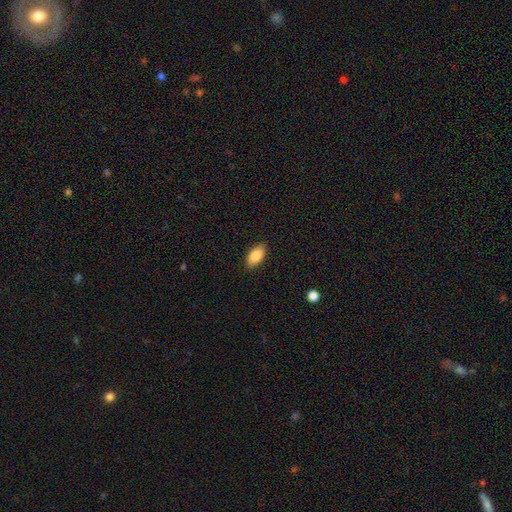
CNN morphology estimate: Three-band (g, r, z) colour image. It shows a smooth galaxy with no disk features (86%) that is in between round and cigar-shaped (92%). Merging: none (89%).